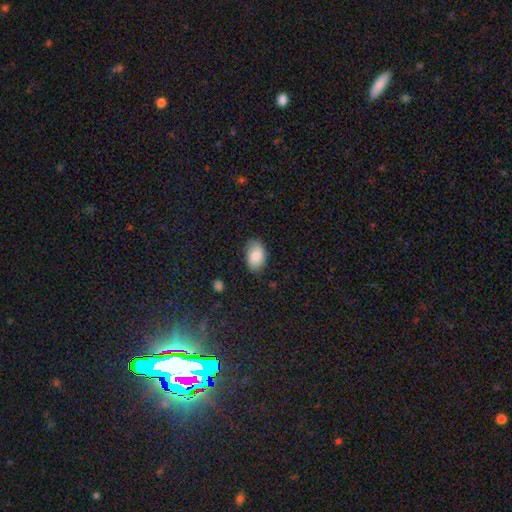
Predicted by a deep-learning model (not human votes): Overall: smooth (80%). How rounded: in between (90%). Merging: none (80%).